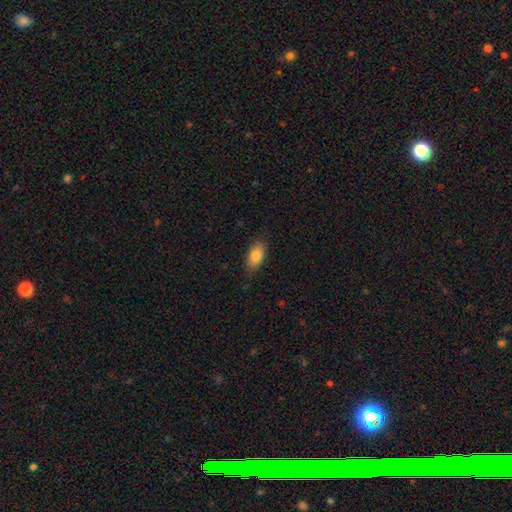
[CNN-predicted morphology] smooth_or_featured: smooth (p=0.84) [alt: featured or disk p=0.09]
how_rounded: in between (p=0.91) [alt: round p=0.05]
merging: none (p=0.82) [alt: minor disturbance p=0.14]